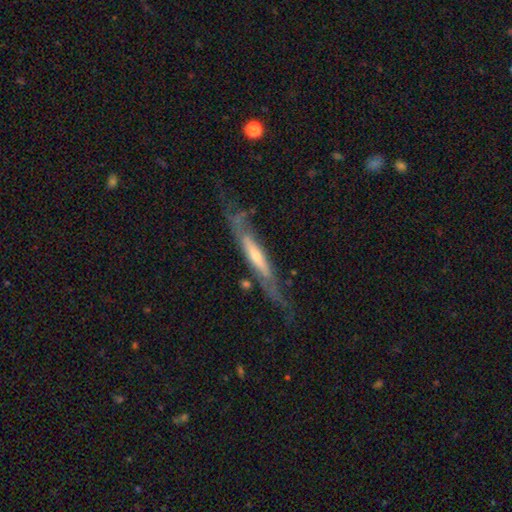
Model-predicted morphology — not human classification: A featured or disk galaxy (76%) viewed edge-on (70%) with a rounded central bulge (59%).

Vote fractions:
- Smooth or featured? featured or disk: 76% / smooth: 19% / star or artifact: 5%
- Edge-on disk? yes: 70% / no: 30%
- Edge-on bulge? rounded: 59% / none: 33% / boxy: 8%
- Merging? none: 59% / minor disturbance: 24% / major disturbance: 14% / merger: 3%